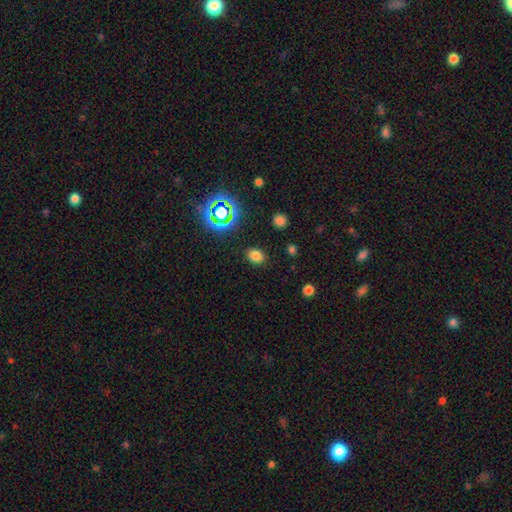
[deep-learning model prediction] Morphology: type=smooth (74%); roundness=in between (66%); merging=none (86%).